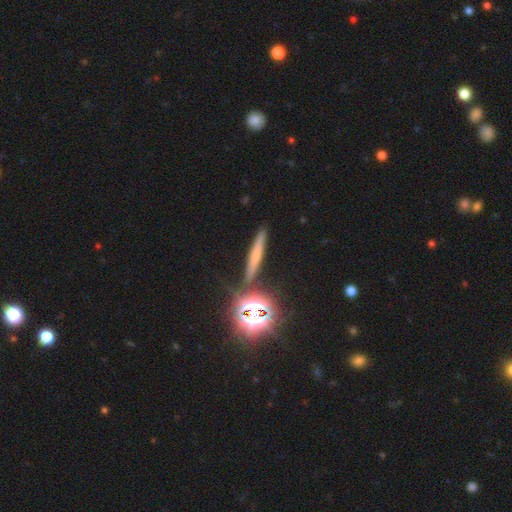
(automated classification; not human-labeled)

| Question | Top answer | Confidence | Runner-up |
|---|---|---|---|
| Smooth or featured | smooth | 49% | featured or disk (29%) |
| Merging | none | 86% | minor disturbance (8%) |